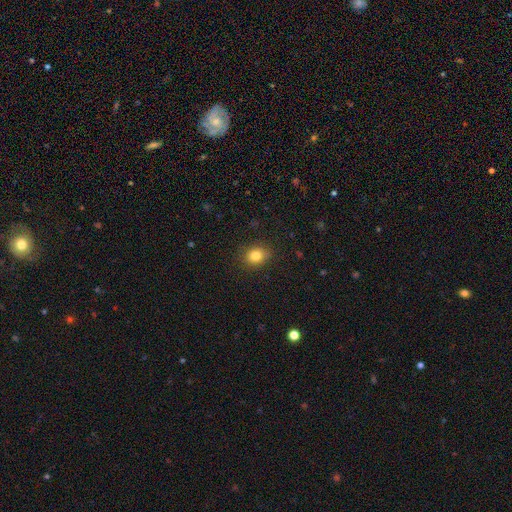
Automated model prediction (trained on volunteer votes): Smooth or featured: smooth — 82% (star or artifact — 11%)
How rounded: round — 51% (in between — 48%)
Merging: none — 87% (minor disturbance — 10%)